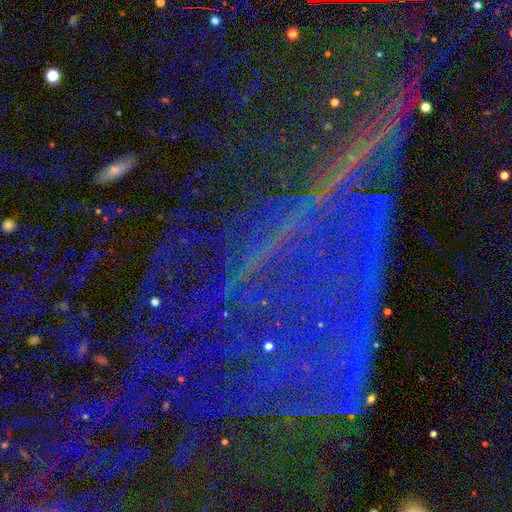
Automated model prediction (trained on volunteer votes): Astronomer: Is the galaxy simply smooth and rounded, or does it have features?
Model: star or artifact — 86%.